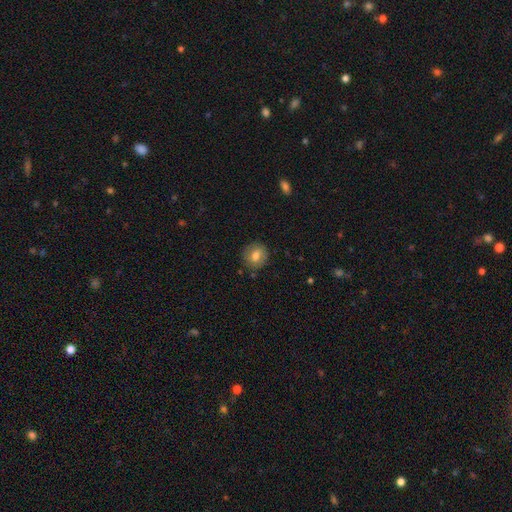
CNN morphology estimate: Smooth or featured? smooth (73%)
How rounded? round (77%)
Merging? none (84%)